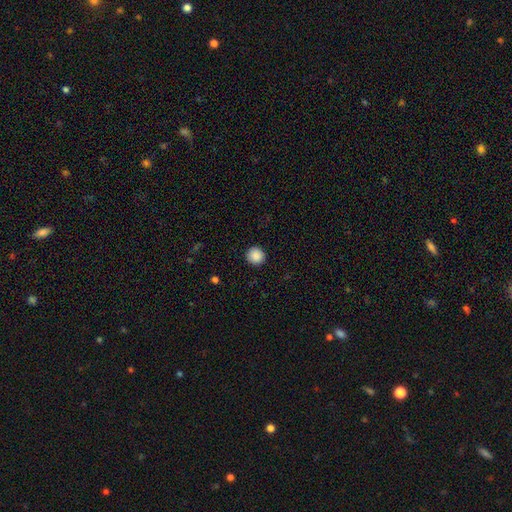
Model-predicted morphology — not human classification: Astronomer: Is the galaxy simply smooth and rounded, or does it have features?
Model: smooth — 89%.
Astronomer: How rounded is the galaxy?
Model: round — 94%.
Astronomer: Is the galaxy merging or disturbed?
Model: none — 92%.